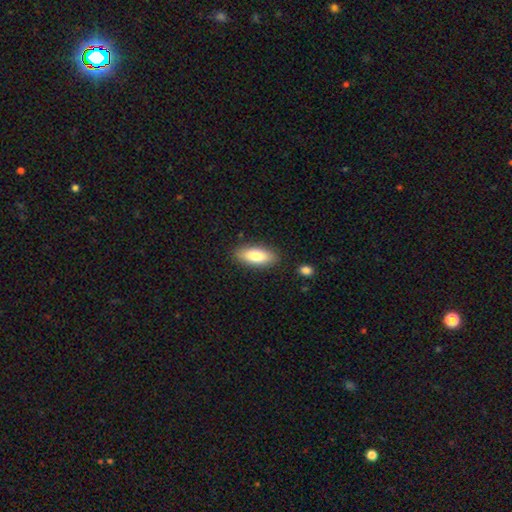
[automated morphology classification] A smooth galaxy with no disk features (79%) that is in between round and cigar-shaped (75%). Merging: none (86%).